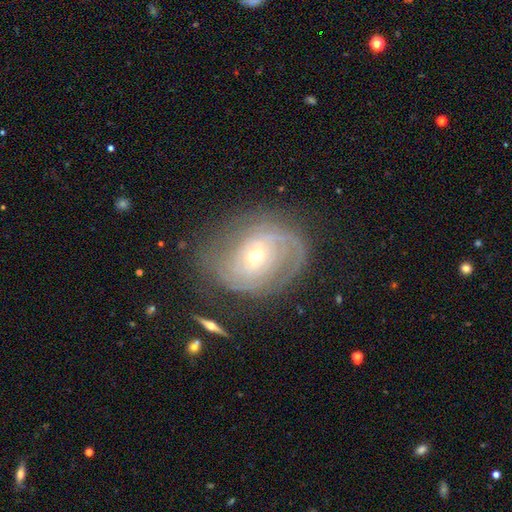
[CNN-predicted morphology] A featured or disk galaxy (80%) with no bar (61%), 2 (43%) tight (56%) spiral arms (90%) and a small central bulge (62%). Merging: none (68%).